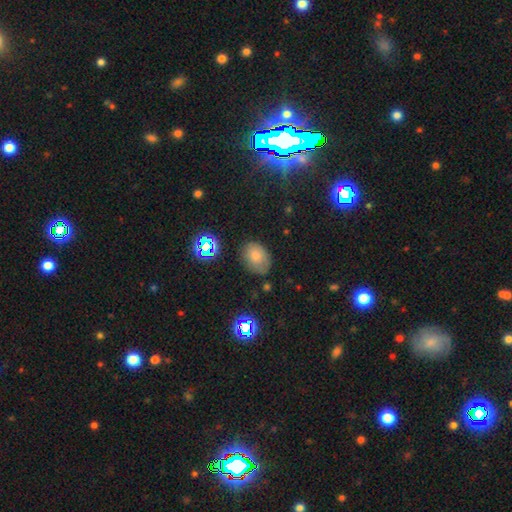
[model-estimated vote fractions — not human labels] smooth-or-featured: smooth: 73% | star or artifact: 15% | featured or disk: 12%
  how-rounded: in between: 76% | round: 23% | cigar-shaped: 1%
  merging: none: 74% | minor disturbance: 19% | major disturbance: 5% | merger: 3%